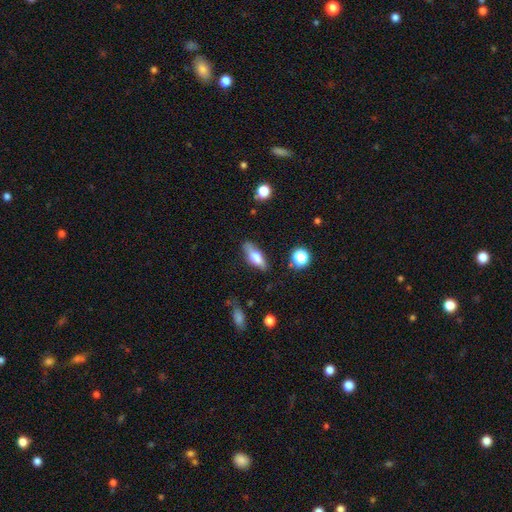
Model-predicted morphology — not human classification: A smooth galaxy with no disk features (58%) that is in between round and cigar-shaped (61%). Merging: none (77%).